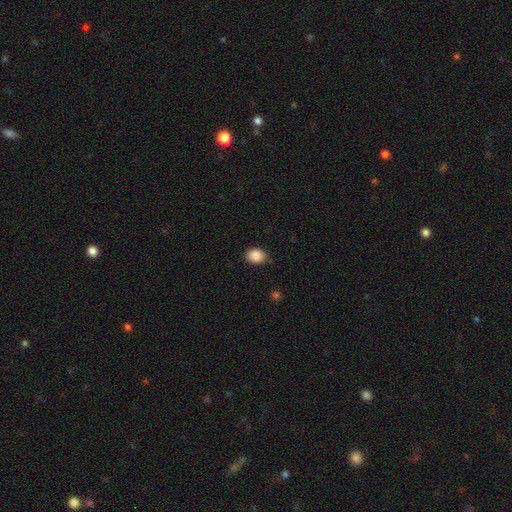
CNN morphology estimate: This is clearly a smooth galaxy (89%). How rounded: possibly round (52%). Merging: clearly none (82%).